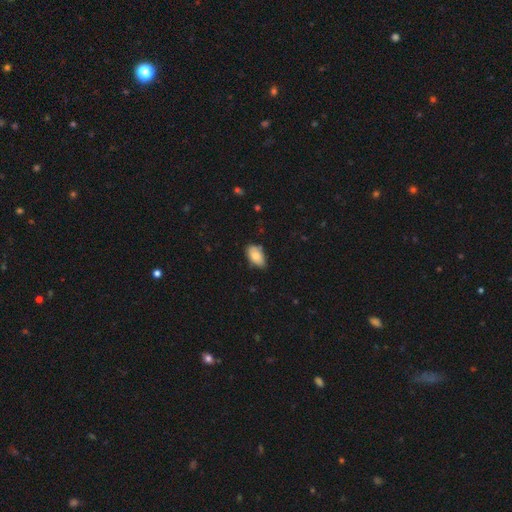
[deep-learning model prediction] smooth 79%, featured or disk 13%, star or artifact 7%. Down the decision tree: how rounded — in between (93%); merging — none (68%).